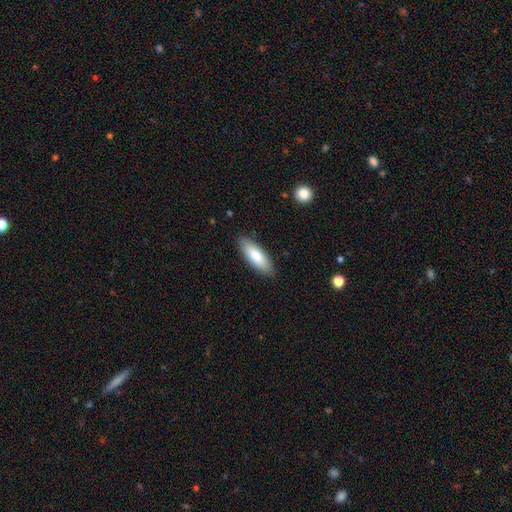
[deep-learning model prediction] Morphology: type=smooth (79%); roundness=in between (64%); merging=none (88%).